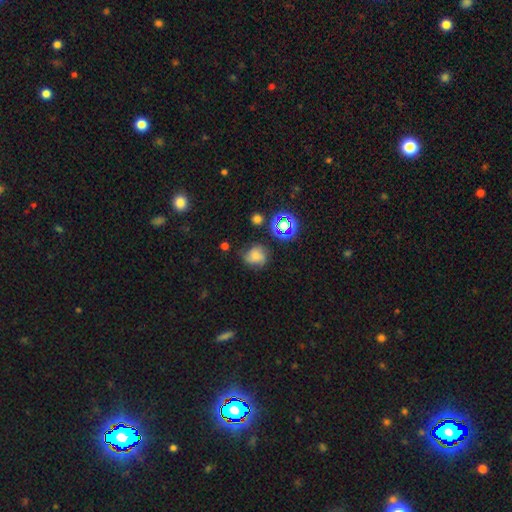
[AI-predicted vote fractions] A smooth galaxy with no disk features (51%) that is round (68%).

Vote fractions:
- Smooth or featured? smooth: 51% / featured or disk: 28% / star or artifact: 20%
- How rounded? round: 68% / in between: 31% / cigar-shaped: 1%
- Merging? none: 54% / minor disturbance: 29% / major disturbance: 13% / merger: 4%